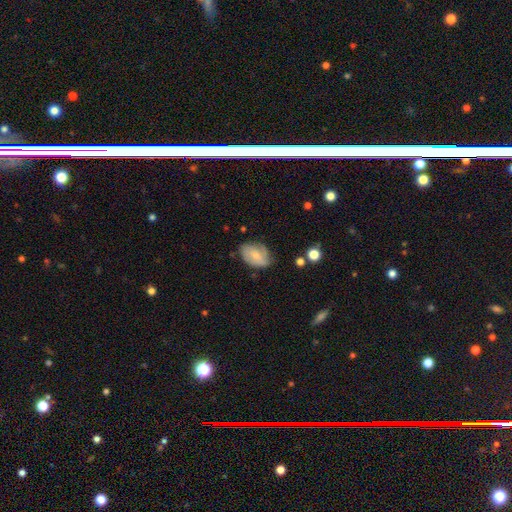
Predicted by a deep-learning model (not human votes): Smooth or featured? smooth (56%)
How rounded? in between (84%)
Merging? none (60%)